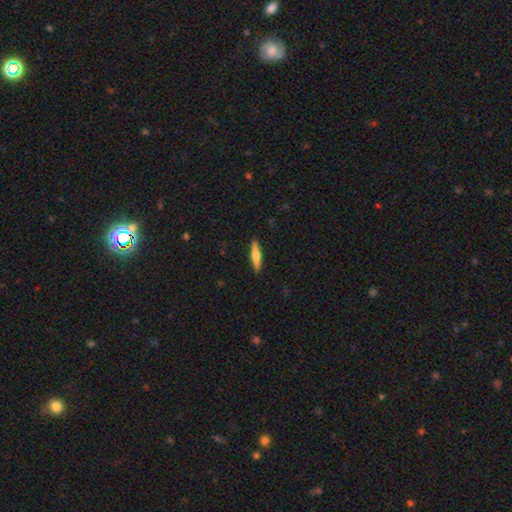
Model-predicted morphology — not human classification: Smooth or featured?
  - smooth: 54% *
  - featured or disk: 41%
  - star or artifact: 6%
How rounded?
  - cigar-shaped: 80% *
  - in between: 18%
  - round: 2%
Merging?
  - none: 91% *
  - minor disturbance: 7%
  - major disturbance: 2%
  - merger: 1%